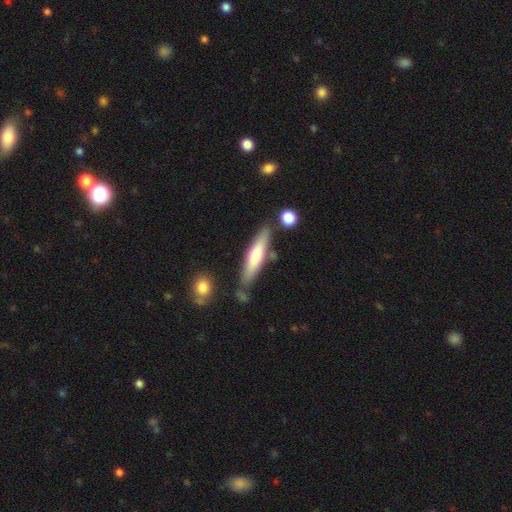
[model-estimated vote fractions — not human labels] Overall: smooth (59%; featured or disk 35%). How rounded: cigar-shaped (81%). Merging: none (76%).